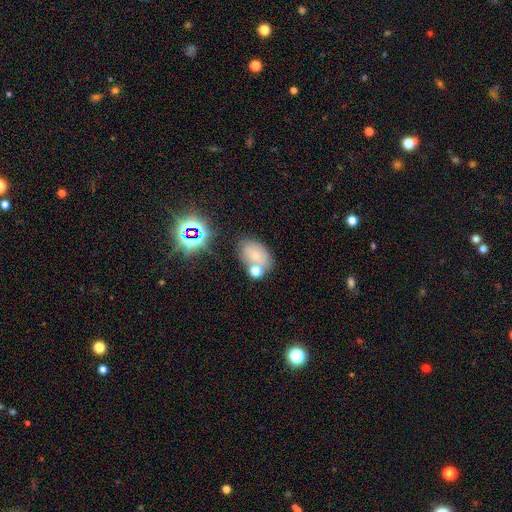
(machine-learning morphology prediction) smooth 55%, featured or disk 25%, star or artifact 21%. Down the decision tree: how rounded — in between (79%); merging — none (55%).